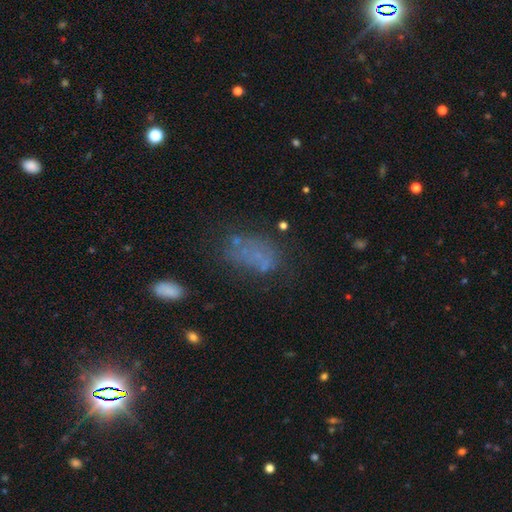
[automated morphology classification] smooth_or_featured: smooth (p=0.50) [alt: featured or disk p=0.26]
how_rounded: in between (p=0.85) [alt: round p=0.11]
merging: none (p=0.48) [alt: major disturbance p=0.22]